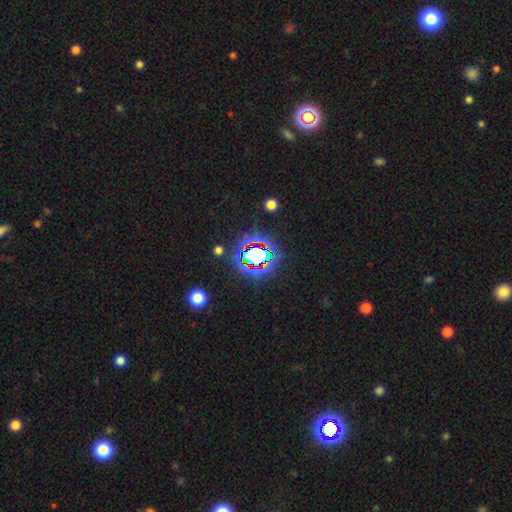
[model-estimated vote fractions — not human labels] Smooth or featured? Predicted: star or artifact (p=0.70).